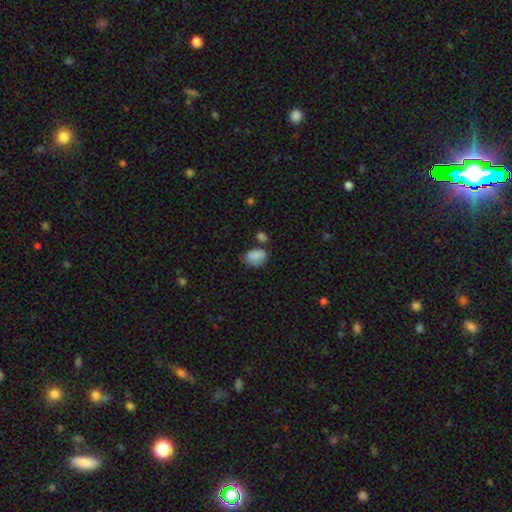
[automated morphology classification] smooth-or-featured: smooth: 85% | star or artifact: 9% | featured or disk: 6%
  how-rounded: in between: 67% | round: 32% | cigar-shaped: 1%
  merging: none: 56% | minor disturbance: 25% | merger: 12% | major disturbance: 8%